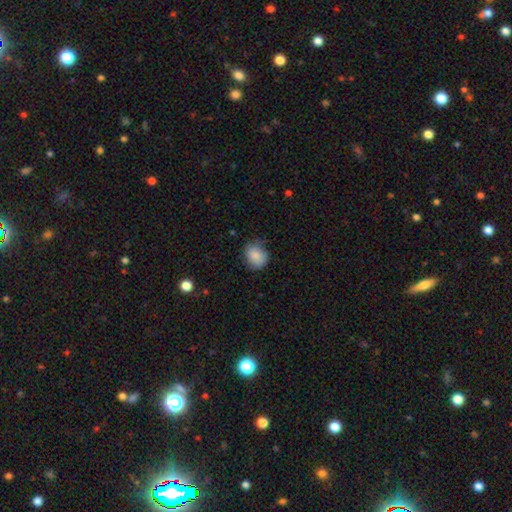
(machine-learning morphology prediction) A smooth galaxy with no disk features (84%) that is round (59%).

Vote fractions:
- Smooth or featured? smooth: 84% / featured or disk: 8% / star or artifact: 8%
- How rounded? round: 59% / in between: 40% / cigar-shaped: 1%
- Merging? none: 65% / minor disturbance: 27% / major disturbance: 7% / merger: 1%